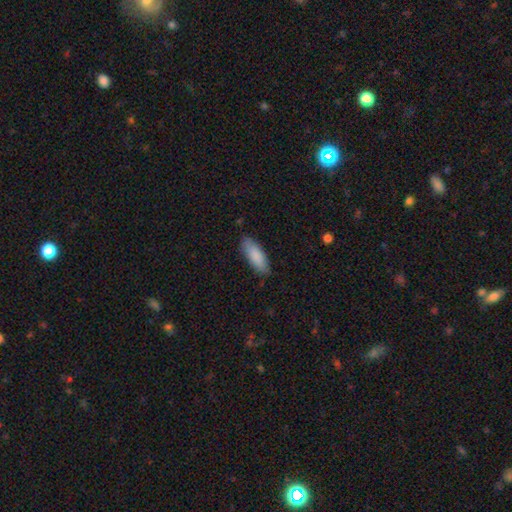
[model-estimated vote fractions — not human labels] smooth-or-featured: smooth: 87% | featured or disk: 7% | star or artifact: 5%
  how-rounded: in between: 69% | cigar-shaped: 30% | round: 1%
  merging: none: 83% | minor disturbance: 13% | major disturbance: 2% | merger: 1%